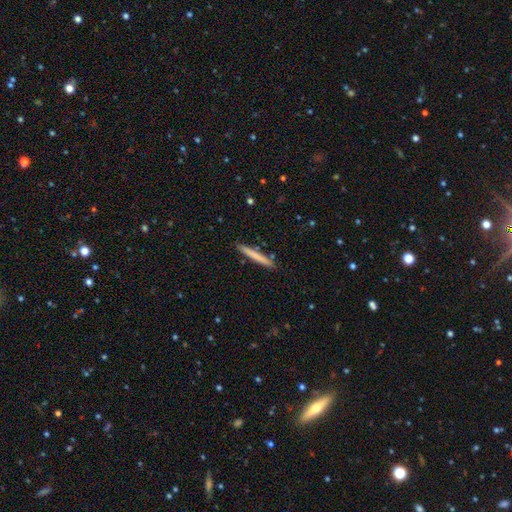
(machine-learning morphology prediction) smooth 71%, featured or disk 23%, star or artifact 6%. Down the decision tree: how rounded — cigar-shaped (97%); merging — none (90%).